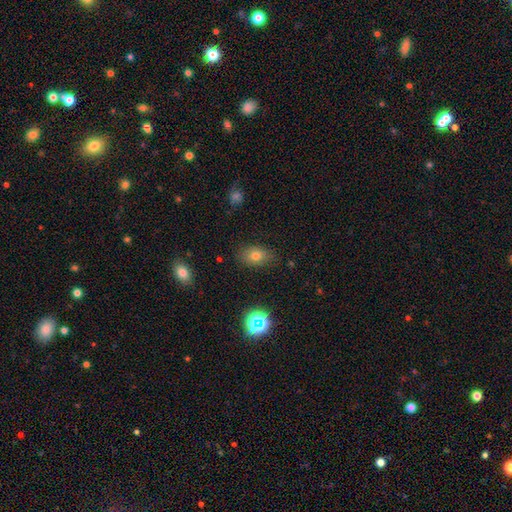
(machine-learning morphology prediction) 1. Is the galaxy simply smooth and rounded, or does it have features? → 72% smooth, 15% star or artifact, 12% featured or disk.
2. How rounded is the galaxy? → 78% in between, 20% round, 2% cigar-shaped.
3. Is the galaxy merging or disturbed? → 81% none, 14% minor disturbance, 4% major disturbance, 2% merger.